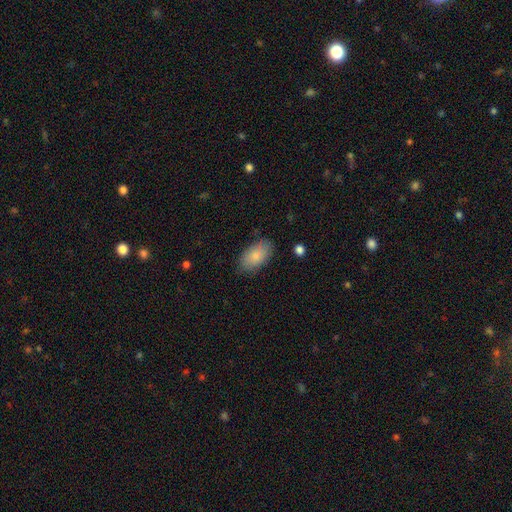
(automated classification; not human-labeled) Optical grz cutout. It shows a smooth galaxy with no disk features (84%) that is in between round and cigar-shaped (94%). Merging: none (81%).